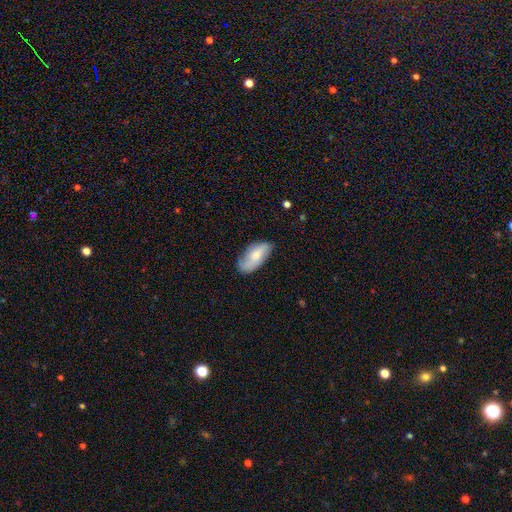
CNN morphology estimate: smooth_or_featured: smooth (p=0.66) [alt: featured or disk p=0.28]
how_rounded: in between (p=0.91) [alt: cigar-shaped p=0.06]
merging: none (p=0.65) [alt: minor disturbance p=0.27]